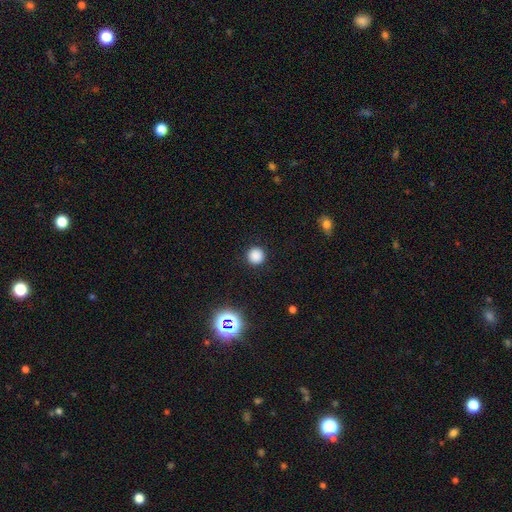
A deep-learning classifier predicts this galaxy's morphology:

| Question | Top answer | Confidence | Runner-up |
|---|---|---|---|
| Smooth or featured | smooth | 84% | star or artifact (13%) |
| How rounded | round | 95% | in between (4%) |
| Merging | none | 92% | minor disturbance (5%) |